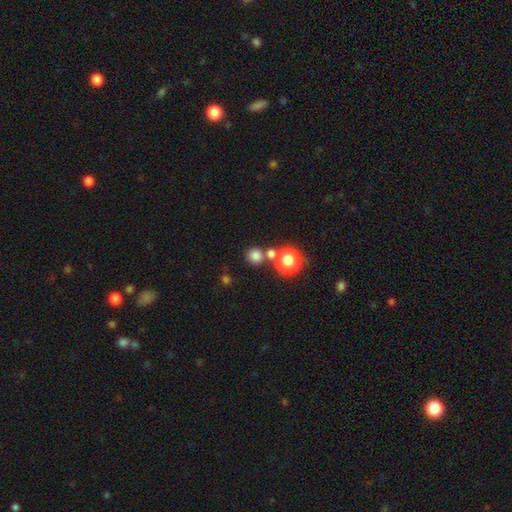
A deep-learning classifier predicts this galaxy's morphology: This is likely a smooth galaxy (77%). How rounded: clearly round (88%). Merging: likely none (66%).